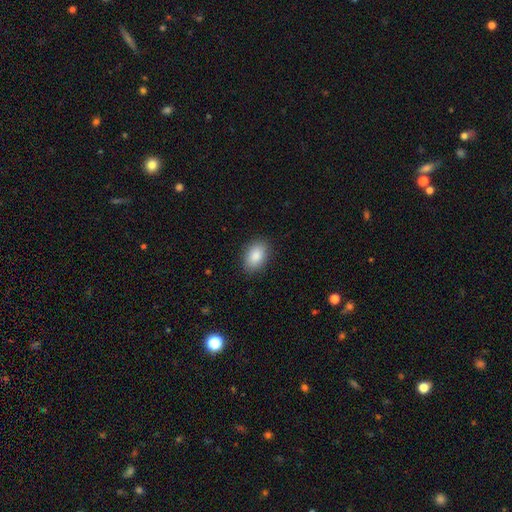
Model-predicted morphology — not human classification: Smooth or featured? smooth (88%)
How rounded? in between (90%)
Merging? none (88%)